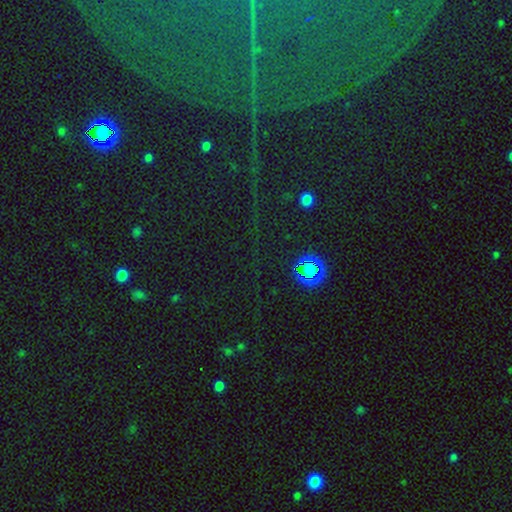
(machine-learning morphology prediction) A star or artifact, not a galaxy (75%).